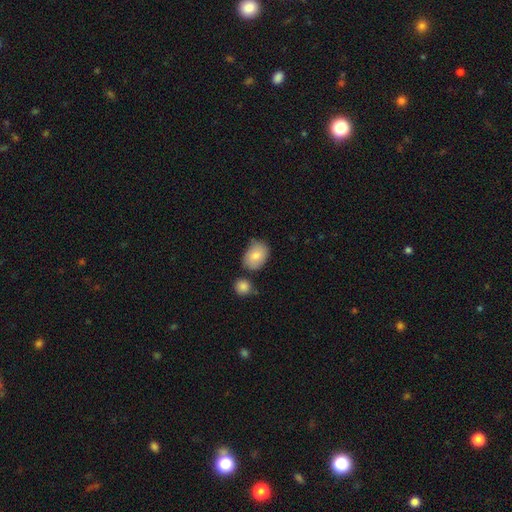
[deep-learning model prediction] This is likely a smooth galaxy (79%). How rounded: likely in between (66%). Merging: likely none (63%).